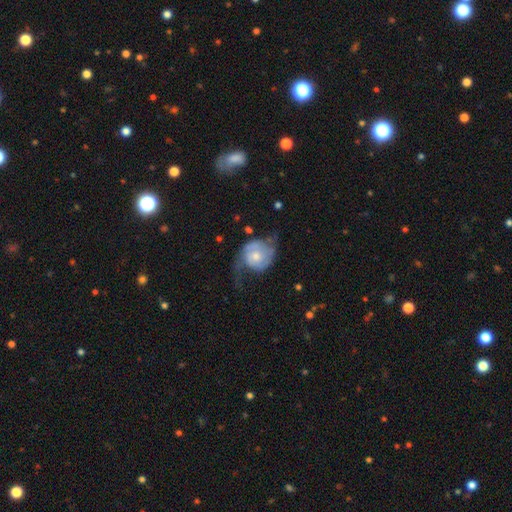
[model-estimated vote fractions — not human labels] This appears to be a featured or disk galaxy (66%) with no bar (73%), 2 (71%) loose (39%) spiral arms (83%) and a moderate central bulge (55%). Merging: none (35%, tied with major disturbance).